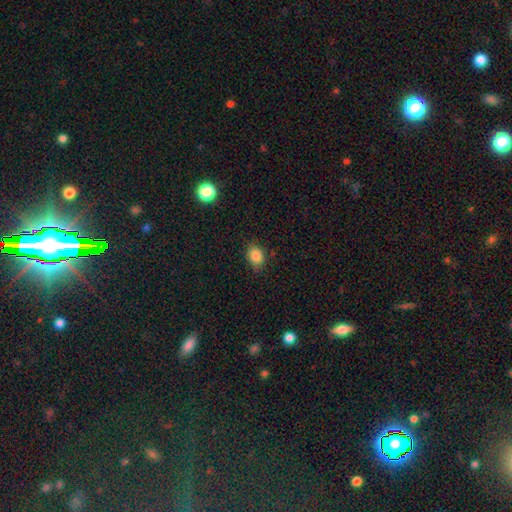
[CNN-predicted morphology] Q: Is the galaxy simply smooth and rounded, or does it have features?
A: smooth — 86%.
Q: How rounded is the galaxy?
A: in between — 71%.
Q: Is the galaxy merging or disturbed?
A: none — 81%.